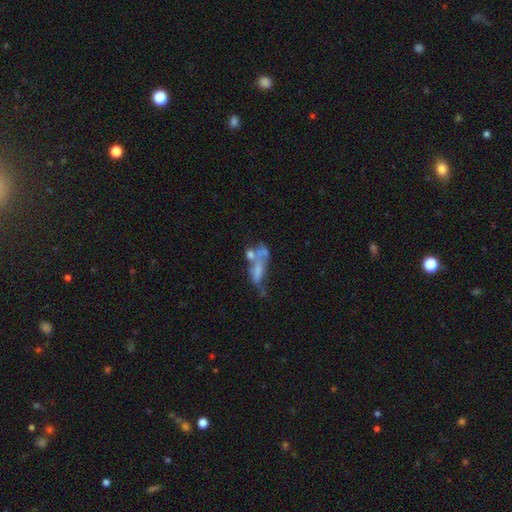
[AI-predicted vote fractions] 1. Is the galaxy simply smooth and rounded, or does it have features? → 47% featured or disk, 39% smooth, 13% star or artifact.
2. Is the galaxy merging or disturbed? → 43% merger, 27% major disturbance, 17% none, 12% minor disturbance.